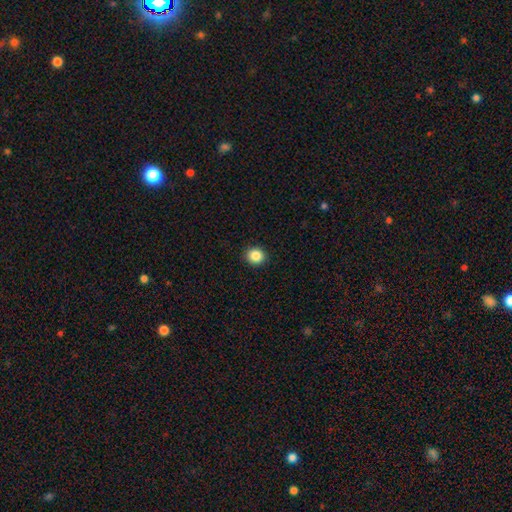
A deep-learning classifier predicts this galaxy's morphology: This appears to be a smooth galaxy with no disk features (86%) that is round (86%). Merging: none (92%).